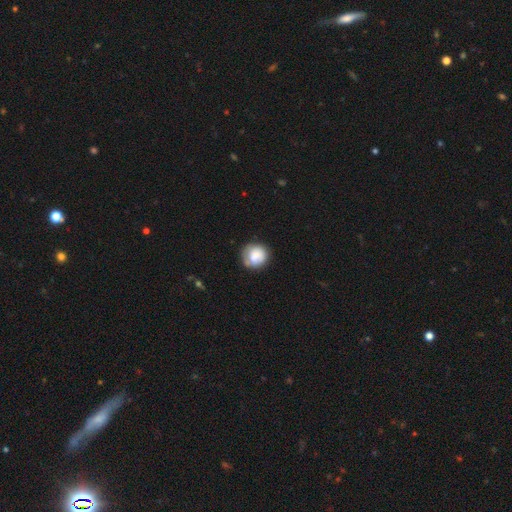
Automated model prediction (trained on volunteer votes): Q: Smooth or featured?
A: smooth (73%); runner-up: featured or disk (19%)
Q: How rounded?
A: round (87%); runner-up: in between (12%)
Q: Merging?
A: none (67%); runner-up: minor disturbance (23%)